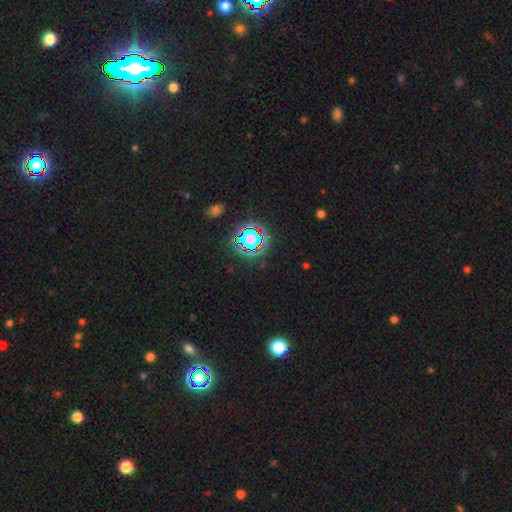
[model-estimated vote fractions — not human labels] Q: Smooth or featured?
A: star or artifact (79%); runner-up: smooth (13%)